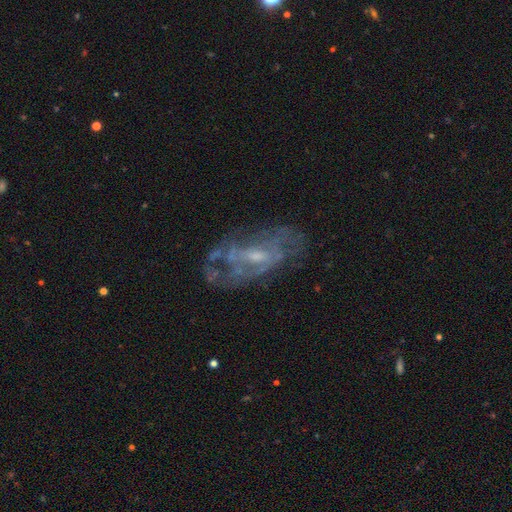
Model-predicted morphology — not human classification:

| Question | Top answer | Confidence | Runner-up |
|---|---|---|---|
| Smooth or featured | featured or disk | 76% | smooth (14%) |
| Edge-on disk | no | 93% | yes (7%) |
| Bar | no | 45% | tied: weak (45%) |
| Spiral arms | yes | 59% | no (41%) |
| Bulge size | small | 49% | moderate (38%) |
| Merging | none | 58% | minor disturbance (20%) |